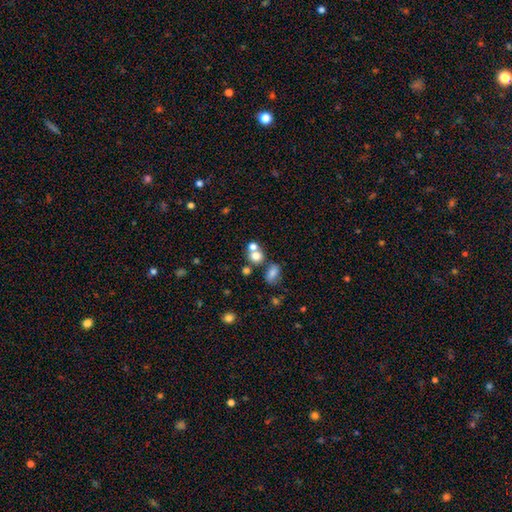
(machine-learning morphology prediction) smooth 73%, star or artifact 15%, featured or disk 12%. Down the decision tree: how rounded — round (71%); merging — merger (44%).